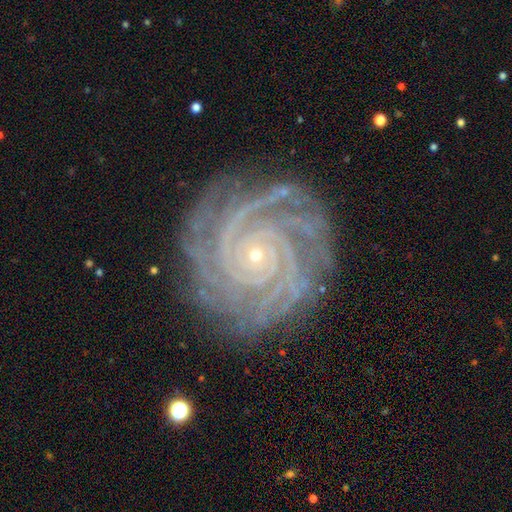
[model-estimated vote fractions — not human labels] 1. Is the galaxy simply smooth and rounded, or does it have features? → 92% featured or disk, 5% star or artifact, 3% smooth.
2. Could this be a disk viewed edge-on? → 98% no, 2% yes.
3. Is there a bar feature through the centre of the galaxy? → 78% no, 13% weak, 9% strong.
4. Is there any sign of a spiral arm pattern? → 99% yes, 1% no.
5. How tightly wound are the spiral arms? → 86% tight, 13% medium, 2% loose.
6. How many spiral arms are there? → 24% 4, 21% 3, 18% more than 4, 16% 2, 12% can't tell, 9% 1.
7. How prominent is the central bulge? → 88% small, 8% moderate, 1% none, 1% large, 1% dominant.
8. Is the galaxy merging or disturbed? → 82% none, 13% minor disturbance, 4% major disturbance, 1% merger.